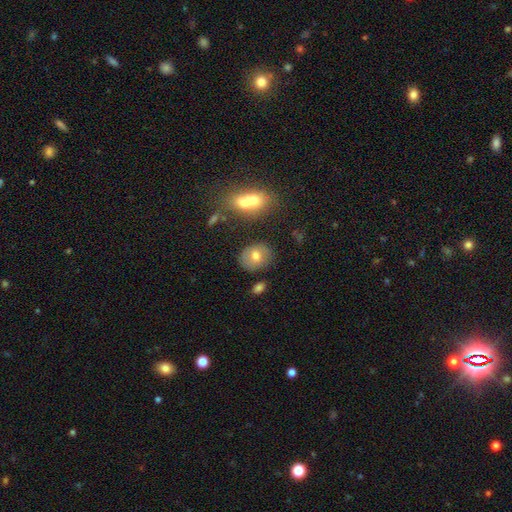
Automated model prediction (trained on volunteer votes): Smooth or featured? smooth (68%)
How rounded? in between (50%)
Merging? none (74%)